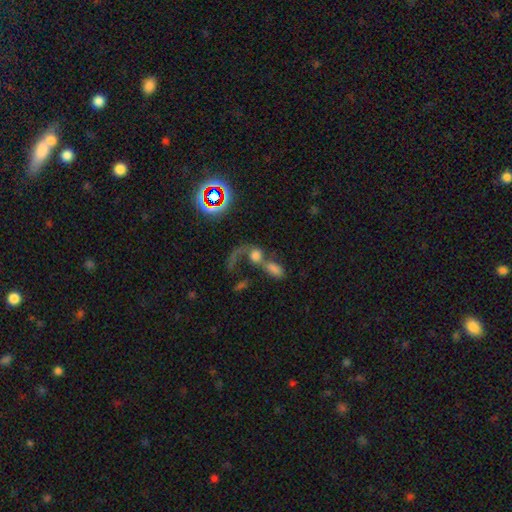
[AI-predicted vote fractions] A smooth galaxy with no disk features (47%). Merging: merger (64%).